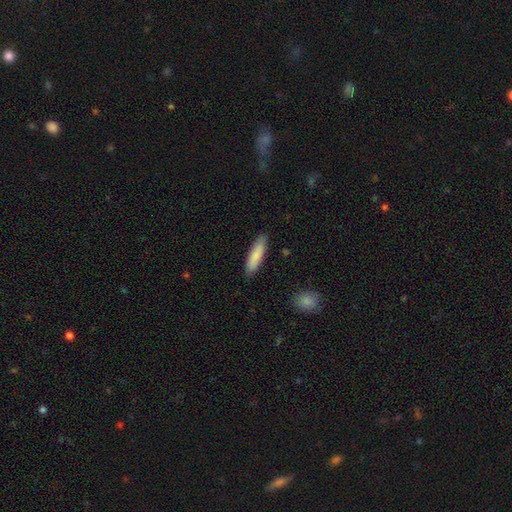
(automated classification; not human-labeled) Smooth or featured?
  - smooth: 85% *
  - featured or disk: 10%
  - star or artifact: 5%
How rounded?
  - cigar-shaped: 68% *
  - in between: 31%
  - round: 1%
Merging?
  - none: 87% *
  - minor disturbance: 10%
  - major disturbance: 2%
  - merger: 1%